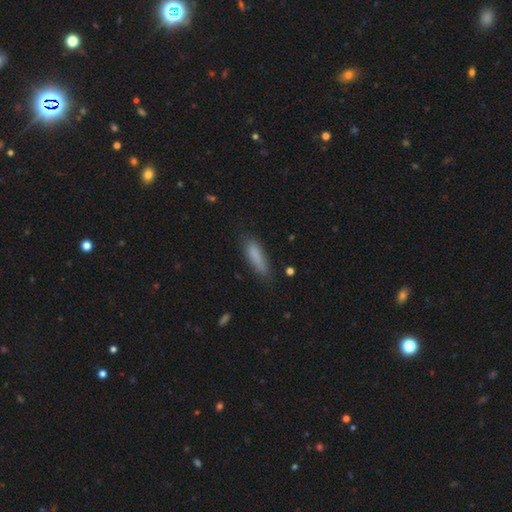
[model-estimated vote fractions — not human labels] A smooth galaxy with no disk features (83%) that is cigar-shaped (65%).

Vote fractions:
- Smooth or featured? smooth: 83% / featured or disk: 10% / star or artifact: 8%
- How rounded? cigar-shaped: 65% / in between: 33% / round: 2%
- Merging? none: 73% / minor disturbance: 20% / major disturbance: 5% / merger: 2%